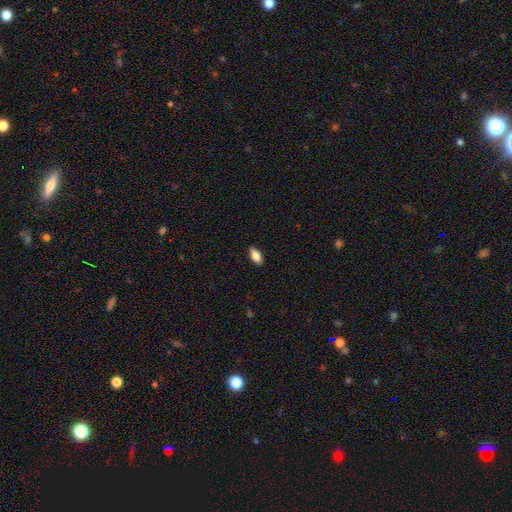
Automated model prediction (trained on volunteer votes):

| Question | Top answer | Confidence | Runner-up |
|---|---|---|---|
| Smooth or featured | smooth | 84% | featured or disk (10%) |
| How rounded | in between | 88% | cigar-shaped (9%) |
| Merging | none | 89% | minor disturbance (8%) |